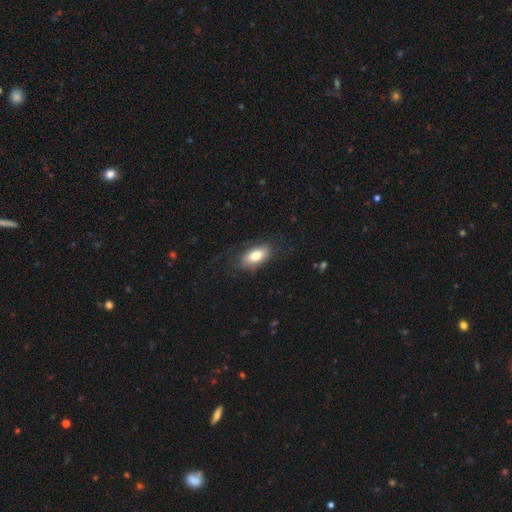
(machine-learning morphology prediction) smooth-or-featured: smooth: 76% | featured or disk: 17% | star or artifact: 7%
  how-rounded: in between: 90% | cigar-shaped: 6% | round: 4%
  merging: none: 72% | minor disturbance: 18% | major disturbance: 9% | merger: 1%